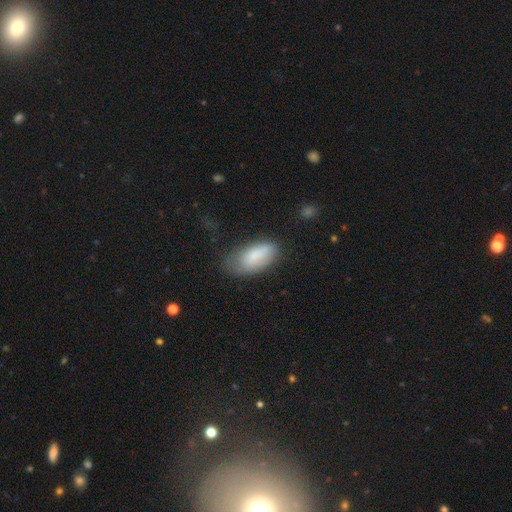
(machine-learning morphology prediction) smooth 81%, featured or disk 12%, star or artifact 7%. Down the decision tree: how rounded — in between (89%); merging — none (54%).